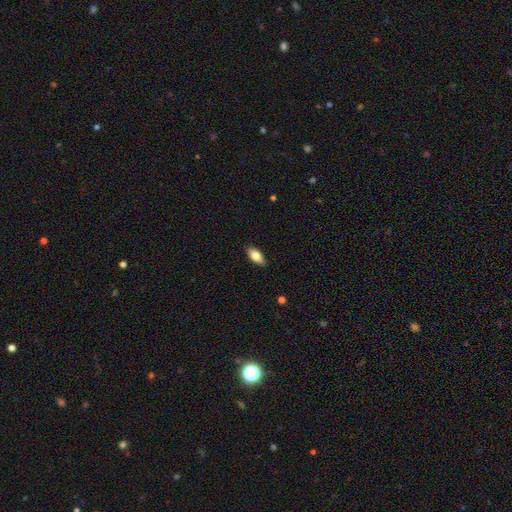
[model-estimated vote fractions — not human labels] smooth_or_featured: smooth (p=0.76) [alt: featured or disk p=0.17]
how_rounded: in between (p=0.86) [alt: cigar-shaped p=0.11]
merging: none (p=0.86) [alt: minor disturbance p=0.11]